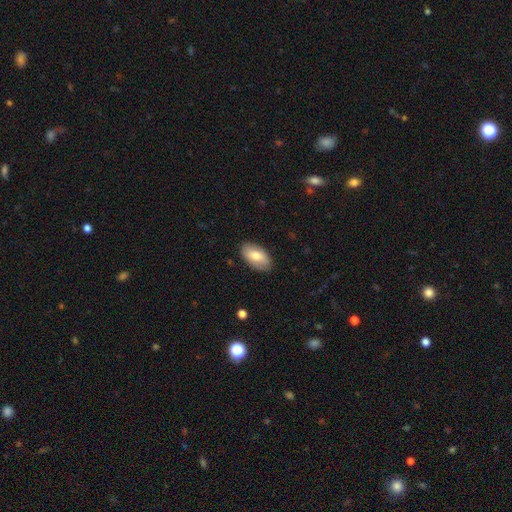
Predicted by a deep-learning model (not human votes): Q: Smooth or featured?
A: smooth (73%); runner-up: featured or disk (21%)
Q: How rounded?
A: in between (94%); runner-up: round (4%)
Q: Merging?
A: none (86%); runner-up: minor disturbance (11%)